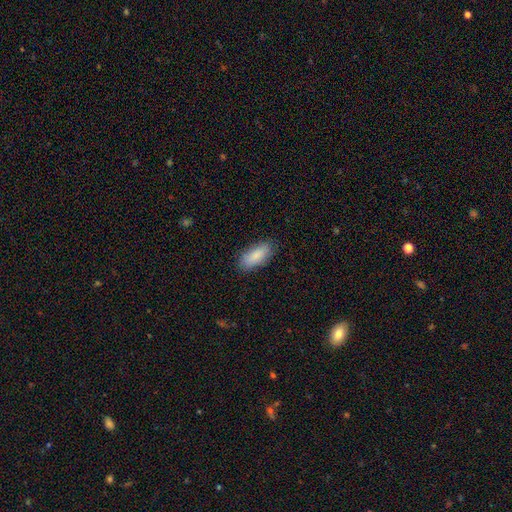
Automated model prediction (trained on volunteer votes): smooth-or-featured: smooth: 87% | featured or disk: 7% | star or artifact: 6%
  how-rounded: in between: 82% | cigar-shaped: 16% | round: 2%
  merging: none: 84% | minor disturbance: 12% | major disturbance: 3% | merger: 1%